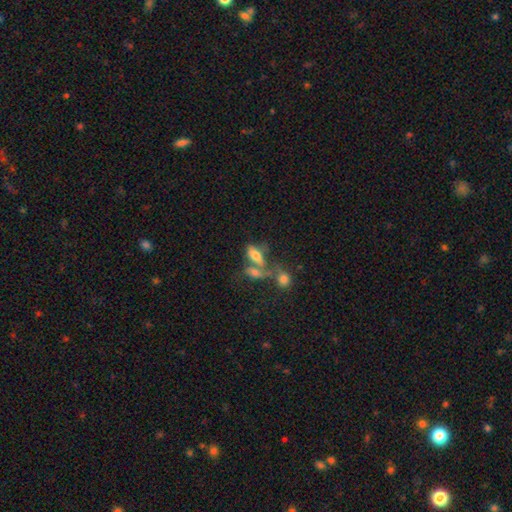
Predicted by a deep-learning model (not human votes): Morphology: type=smooth (61%); roundness=in between (75%); merging=merger (47%).